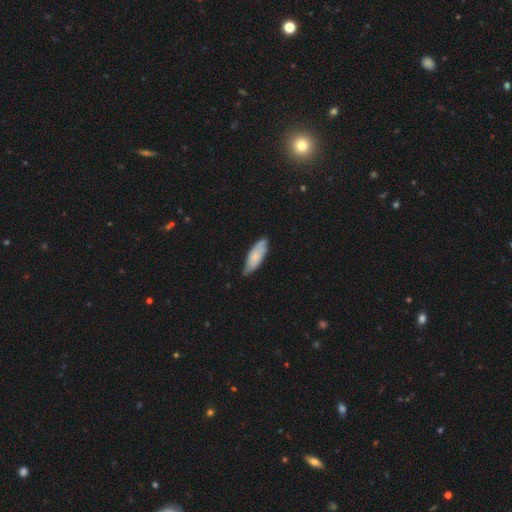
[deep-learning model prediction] smooth-or-featured: smooth: 71% | featured or disk: 23% | star or artifact: 6%
  how-rounded: in between: 66% | cigar-shaped: 33% | round: 2%
  merging: none: 67% | minor disturbance: 28% | major disturbance: 4% | merger: 2%